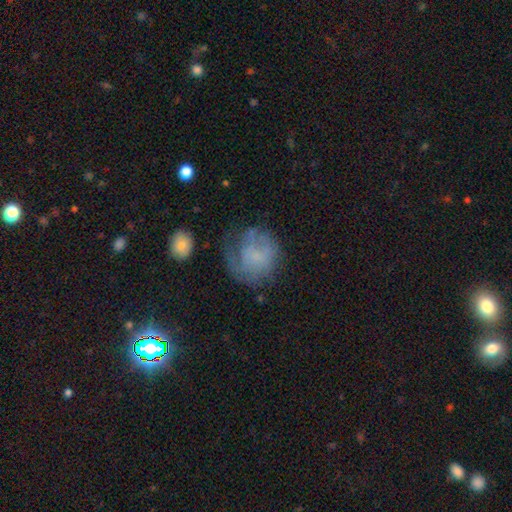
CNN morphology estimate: type=smooth (46%); merging=none (50%).